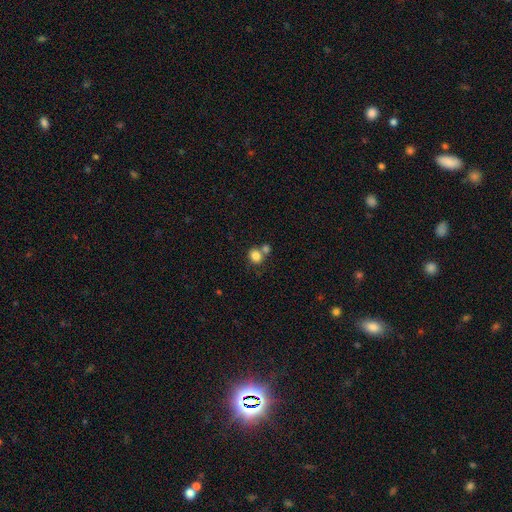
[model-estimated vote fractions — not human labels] Morphology: type=smooth (83%); roundness=round (77%); merging=none (53%).